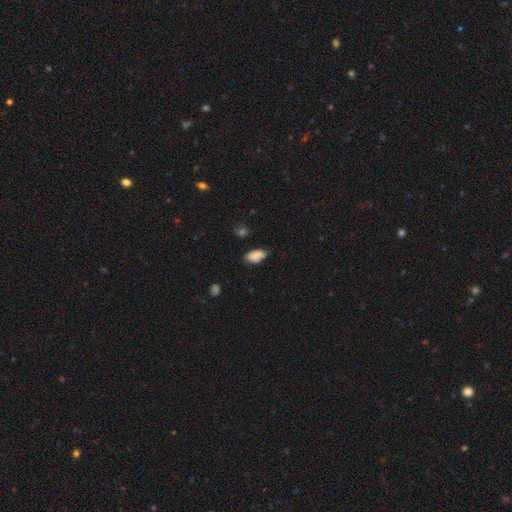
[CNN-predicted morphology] A smooth galaxy with no disk features (85%) that is in between round and cigar-shaped (91%). Merging: none (62%).